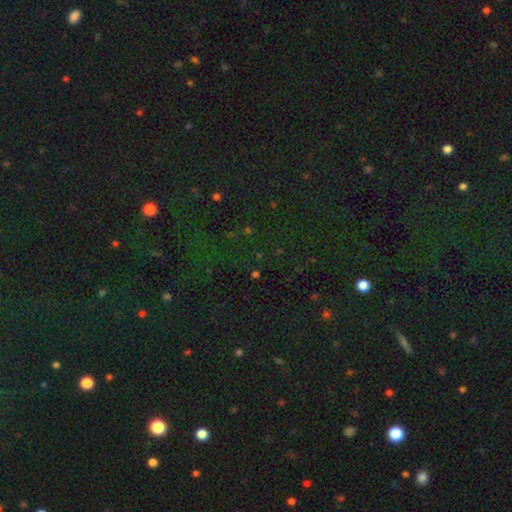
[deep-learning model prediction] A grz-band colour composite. It shows a star or artifact, not a galaxy (76%).